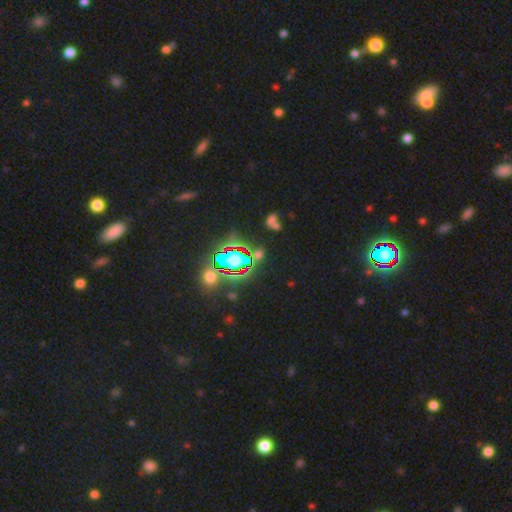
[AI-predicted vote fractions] Morphology: type=star or artifact (77%).